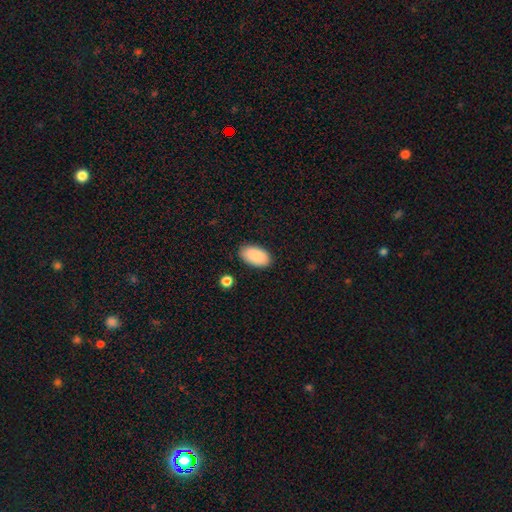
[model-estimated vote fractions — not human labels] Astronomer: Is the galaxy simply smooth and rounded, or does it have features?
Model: smooth — 90%.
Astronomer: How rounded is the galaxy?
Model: in between — 96%.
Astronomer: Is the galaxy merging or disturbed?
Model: none — 87%.